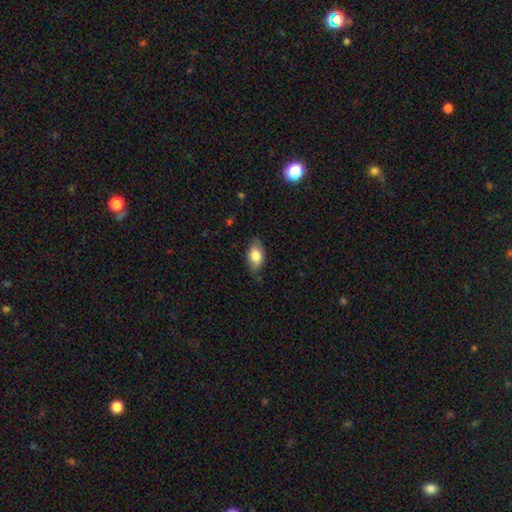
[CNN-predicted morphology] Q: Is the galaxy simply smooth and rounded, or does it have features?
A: smooth — 79%.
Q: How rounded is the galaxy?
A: in between — 91%.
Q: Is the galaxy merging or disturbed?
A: none — 79%.